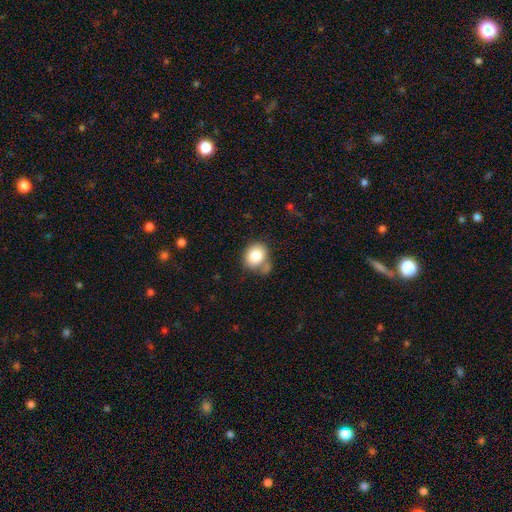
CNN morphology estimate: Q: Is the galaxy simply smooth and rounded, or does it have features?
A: smooth — 82%.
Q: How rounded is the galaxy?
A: round — 59%.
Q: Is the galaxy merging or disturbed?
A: none — 55%.